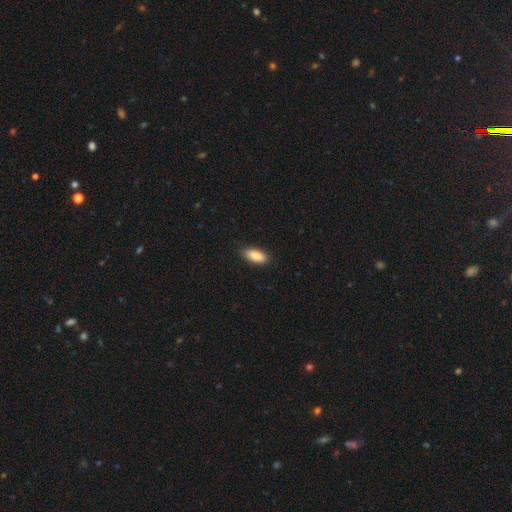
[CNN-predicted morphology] Q: Smooth or featured?
A: smooth (87%); runner-up: featured or disk (6%)
Q: How rounded?
A: in between (80%); runner-up: cigar-shaped (18%)
Q: Merging?
A: none (85%); runner-up: minor disturbance (12%)